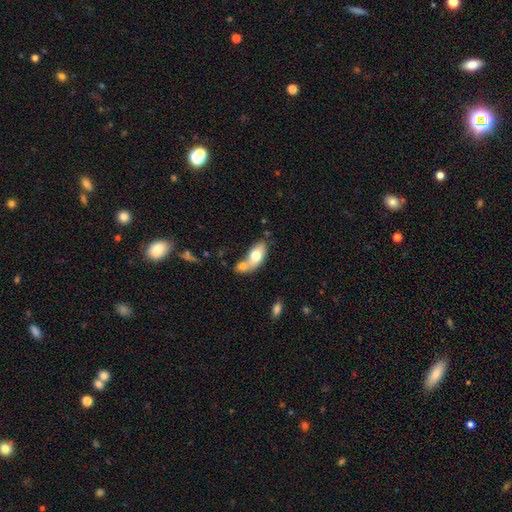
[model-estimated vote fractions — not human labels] Smooth or featured? Predicted: smooth (p=0.71). How rounded? Predicted: in between (p=0.87). Merging? Predicted: merger (p=0.55).